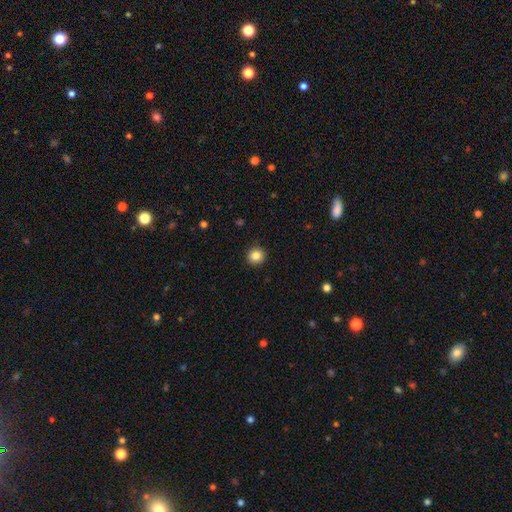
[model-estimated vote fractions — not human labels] Q: Smooth or featured?
A: smooth (85%); runner-up: star or artifact (10%)
Q: How rounded?
A: round (93%); runner-up: in between (6%)
Q: Merging?
A: none (92%); runner-up: minor disturbance (5%)